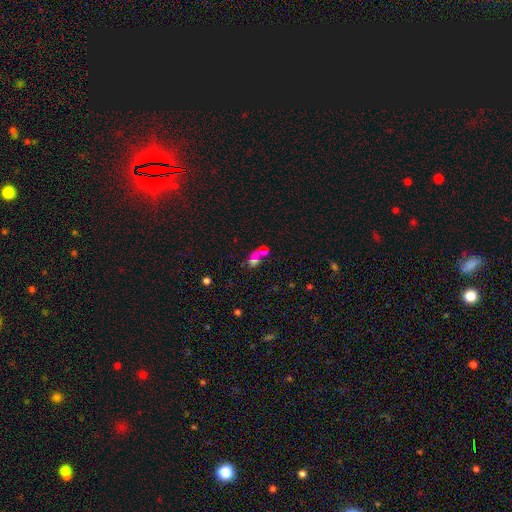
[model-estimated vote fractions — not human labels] Smooth or featured? smooth (53%)
How rounded? in between (56%)
Merging? merger (60%)